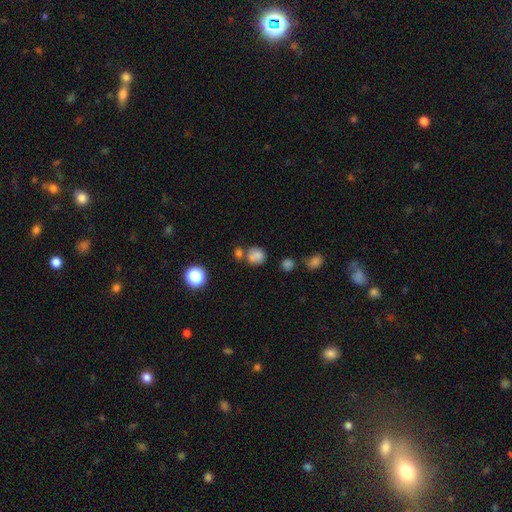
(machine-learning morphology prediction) Smooth or featured? Predicted: smooth (p=0.77). How rounded? Predicted: round (p=0.80). Merging? Predicted: none (p=0.53).